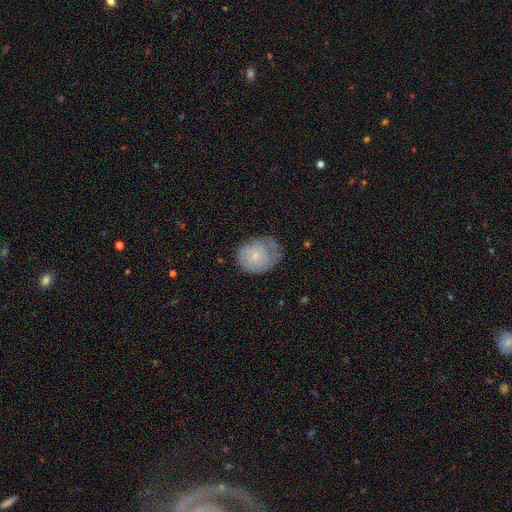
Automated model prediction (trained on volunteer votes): A smooth galaxy with no disk features (53%) that is round (61%).

Vote fractions:
- Smooth or featured? smooth: 53% / featured or disk: 39% / star or artifact: 7%
- How rounded? round: 61% / in between: 38% / cigar-shaped: 1%
- Merging? none: 41% / minor disturbance: 38% / major disturbance: 18% / merger: 2%